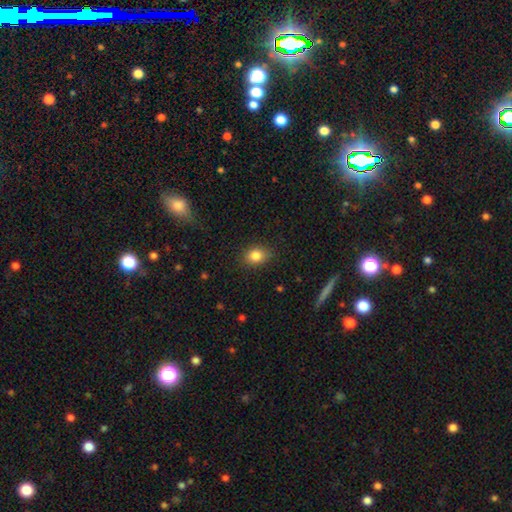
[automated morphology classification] Smooth or featured?
  - smooth: 83% *
  - star or artifact: 10%
  - featured or disk: 7%
How rounded?
  - in between: 59% *
  - round: 39%
  - cigar-shaped: 1%
Merging?
  - none: 86% *
  - minor disturbance: 10%
  - major disturbance: 3%
  - merger: 1%